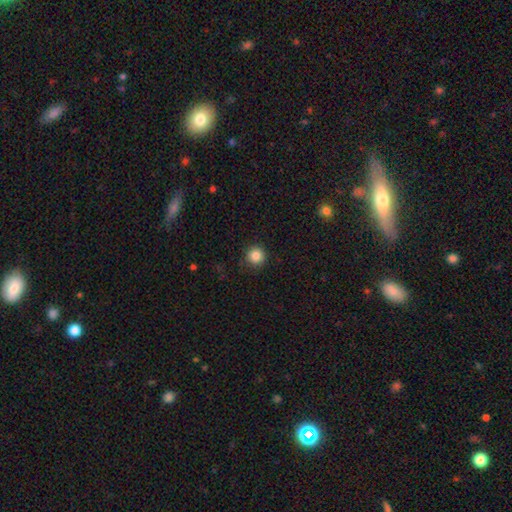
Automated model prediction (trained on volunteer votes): Overall: smooth (86%). How rounded: round (95%). Merging: none (90%).